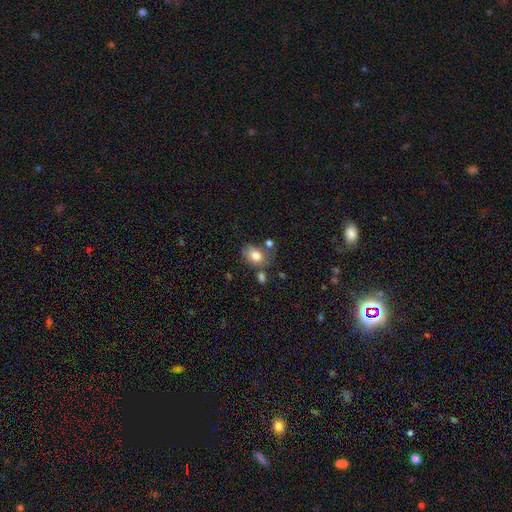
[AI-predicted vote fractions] Smooth or featured?
  - smooth: 79% *
  - featured or disk: 13%
  - star or artifact: 8%
How rounded?
  - in between: 68% *
  - round: 31%
  - cigar-shaped: 1%
Merging?
  - none: 51% *
  - minor disturbance: 23%
  - merger: 17%
  - major disturbance: 9%